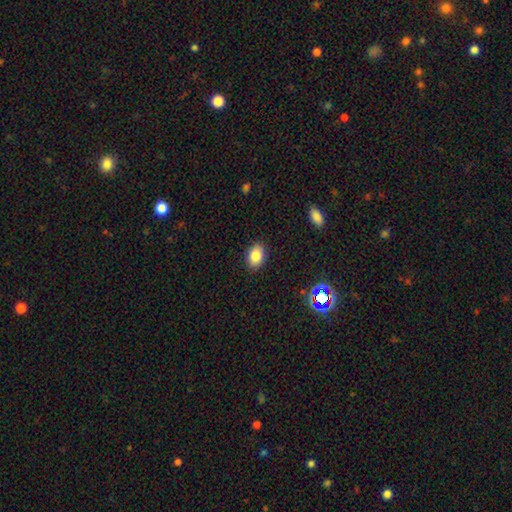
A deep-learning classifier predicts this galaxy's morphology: smooth-or-featured: smooth: 83% | star or artifact: 10% | featured or disk: 7%
  how-rounded: in between: 81% | round: 18% | cigar-shaped: 1%
  merging: none: 88% | minor disturbance: 9% | major disturbance: 2% | merger: 1%